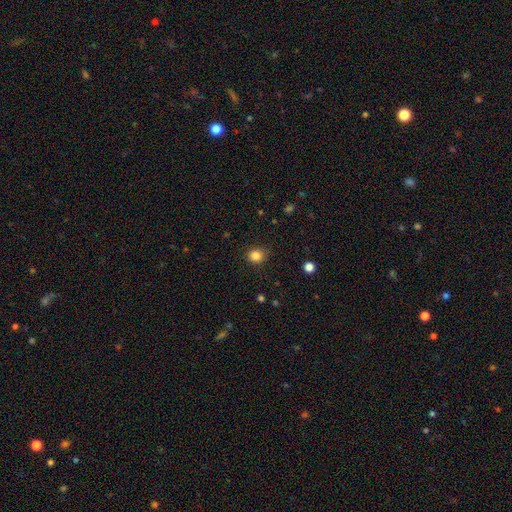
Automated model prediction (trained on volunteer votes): This is clearly a smooth galaxy (85%). How rounded: likely round (78%). Merging: clearly none (85%).